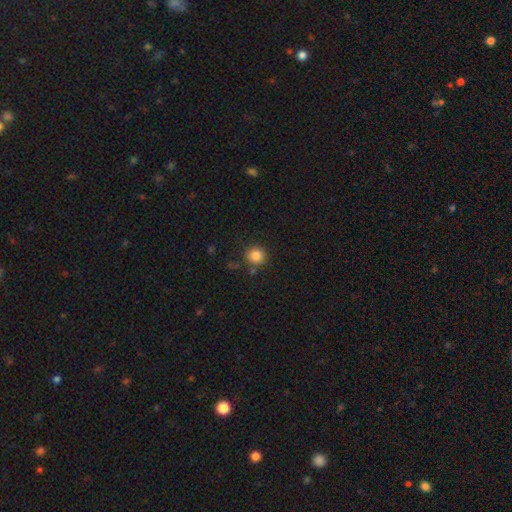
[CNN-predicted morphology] Smooth or featured?
  - smooth: 85% *
  - star or artifact: 11%
  - featured or disk: 5%
How rounded?
  - round: 92% *
  - in between: 7%
  - cigar-shaped: 1%
Merging?
  - none: 80% *
  - minor disturbance: 10%
  - merger: 6%
  - major disturbance: 3%